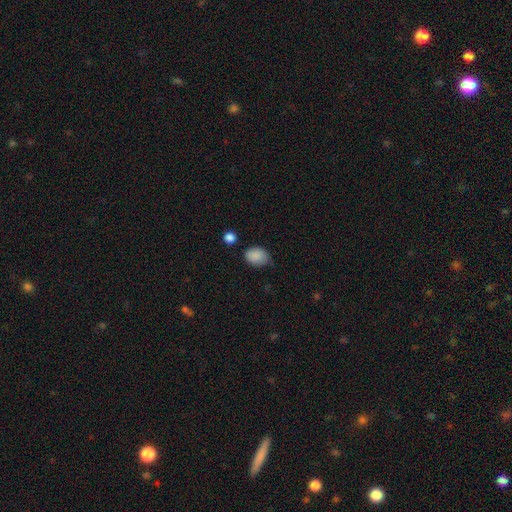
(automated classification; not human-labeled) A smooth galaxy with no disk features (87%) that is in between round and cigar-shaped (67%). Merging: none (61%).